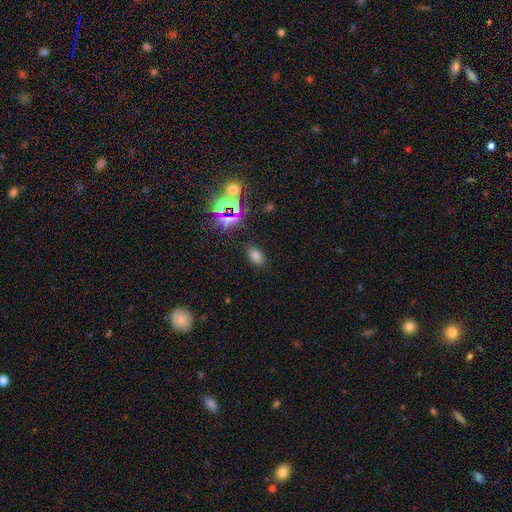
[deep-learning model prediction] Smooth or featured? smooth (64%)
How rounded? in between (87%)
Merging? none (85%)